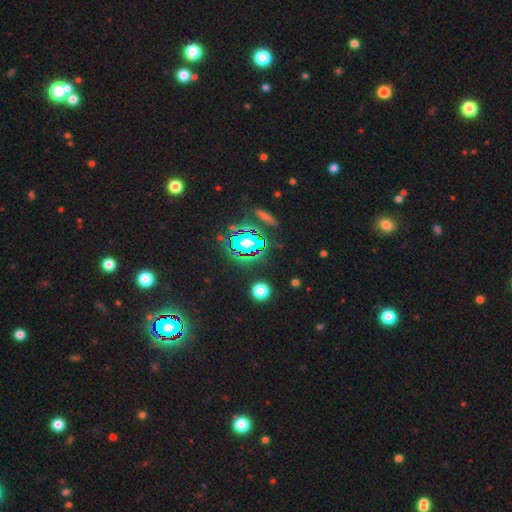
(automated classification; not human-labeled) Smooth or featured: star or artifact — 83% (smooth — 10%)